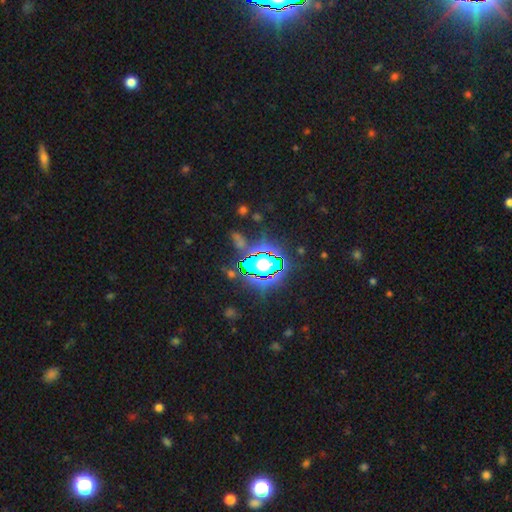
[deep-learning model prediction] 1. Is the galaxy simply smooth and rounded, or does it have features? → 82% star or artifact, 10% smooth, 7% featured or disk.